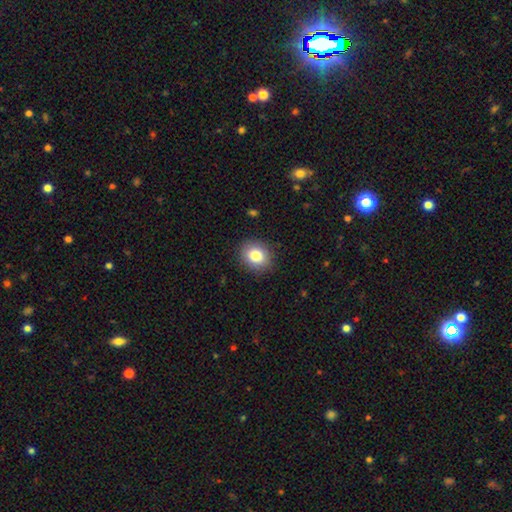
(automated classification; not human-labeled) Smooth or featured?
  - smooth: 82% *
  - star or artifact: 9%
  - featured or disk: 9%
How rounded?
  - round: 67% *
  - in between: 32%
  - cigar-shaped: 1%
Merging?
  - none: 89% *
  - minor disturbance: 8%
  - major disturbance: 2%
  - merger: 1%